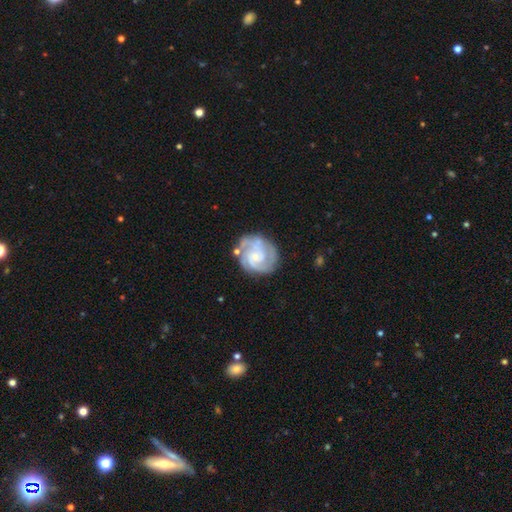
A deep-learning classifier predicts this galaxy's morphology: This appears to be a featured or disk galaxy (86%) with no bar (66%), 3 (37%) tight (61%) spiral arms (97%) and a small central bulge (66%). Merging: none (71%).